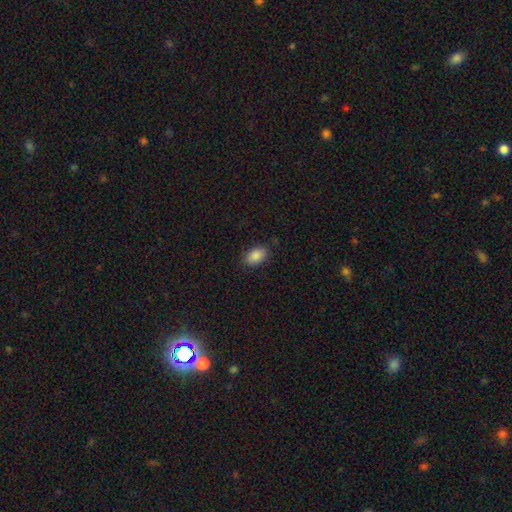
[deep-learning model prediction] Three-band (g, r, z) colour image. It shows a smooth galaxy with no disk features (88%) that is in between round and cigar-shaped (90%). Merging: none (84%).